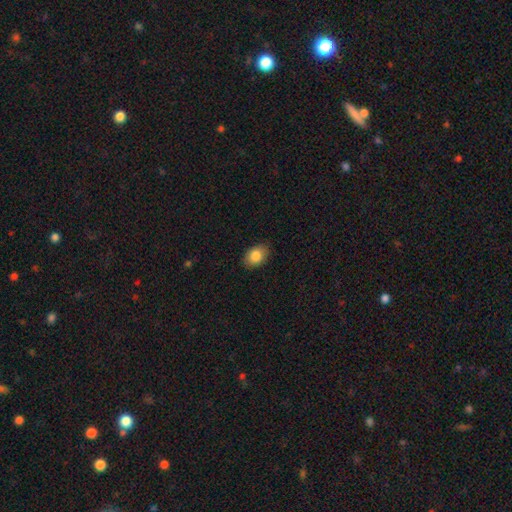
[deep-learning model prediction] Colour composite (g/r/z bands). It shows a smooth galaxy with no disk features (85%) that is in between round and cigar-shaped (82%). Merging: none (86%).